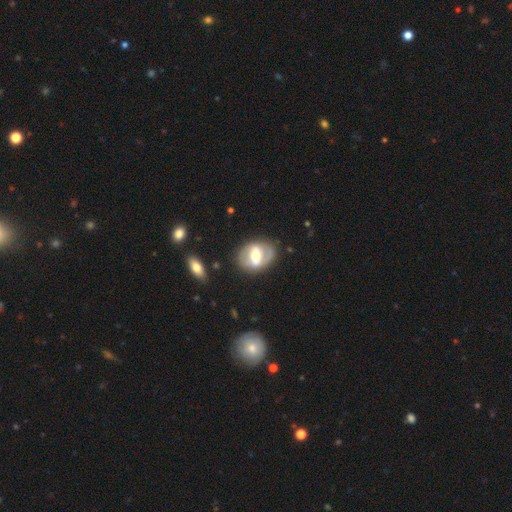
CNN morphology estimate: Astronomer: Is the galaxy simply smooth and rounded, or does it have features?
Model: featured or disk — 66%.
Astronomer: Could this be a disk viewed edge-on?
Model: no — 94%.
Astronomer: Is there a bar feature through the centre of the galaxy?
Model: strong — 50% (runner-up: weak, 32%).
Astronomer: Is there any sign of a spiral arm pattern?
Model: yes — 52% (runner-up: no, 48%).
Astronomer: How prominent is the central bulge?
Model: moderate — 66%.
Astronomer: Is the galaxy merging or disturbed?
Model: none — 75%.